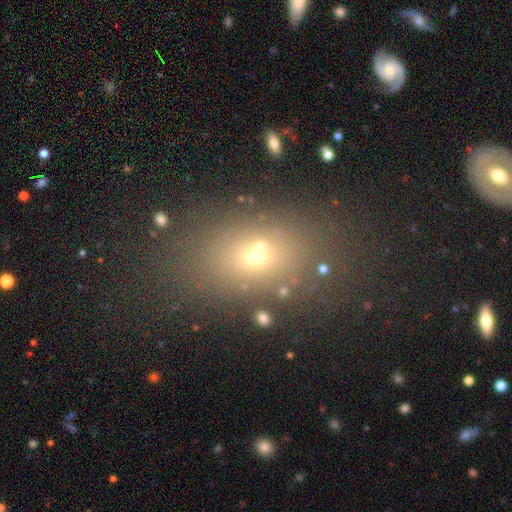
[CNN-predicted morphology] Smooth or featured? smooth (61%)
How rounded? in between (75%)
Merging? none (76%)